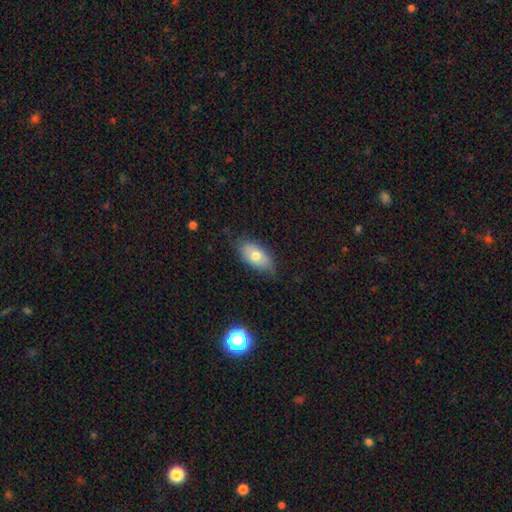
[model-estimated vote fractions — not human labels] Smooth or featured? Predicted: smooth (p=0.71). How rounded? Predicted: in between (p=0.90). Merging? Predicted: none (p=0.70).